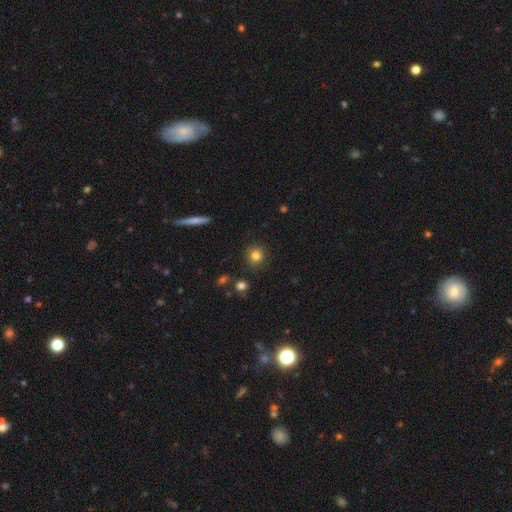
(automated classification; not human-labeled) Overall: smooth (82%). How rounded: round (89%). Merging: none (88%).